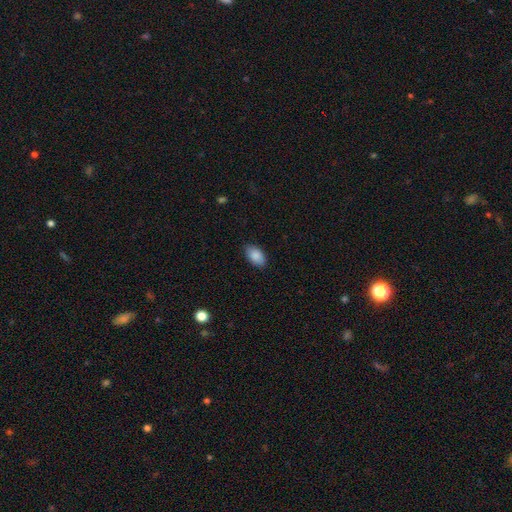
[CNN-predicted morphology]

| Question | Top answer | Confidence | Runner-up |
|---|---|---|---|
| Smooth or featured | smooth | 88% | star or artifact (7%) |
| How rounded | in between | 93% | round (5%) |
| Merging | none | 83% | minor disturbance (13%) |